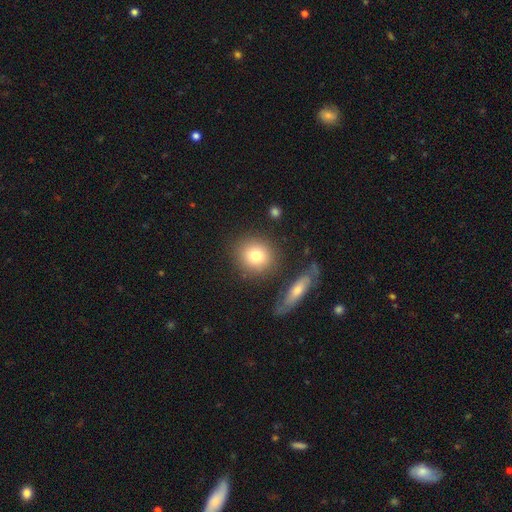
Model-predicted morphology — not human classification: Q: Smooth or featured?
A: smooth (79%); runner-up: featured or disk (12%)
Q: How rounded?
A: round (82%); runner-up: in between (16%)
Q: Merging?
A: none (81%); runner-up: minor disturbance (9%)